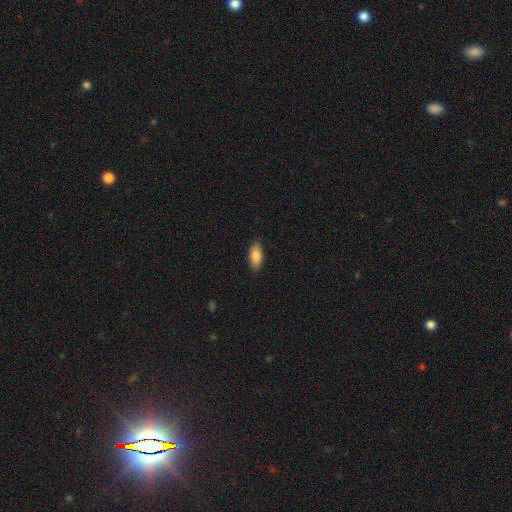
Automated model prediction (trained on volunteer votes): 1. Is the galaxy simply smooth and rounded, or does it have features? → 86% smooth, 7% featured or disk, 6% star or artifact.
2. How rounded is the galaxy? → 87% in between, 10% cigar-shaped, 2% round.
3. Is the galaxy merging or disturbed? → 87% none, 10% minor disturbance, 2% major disturbance, 1% merger.